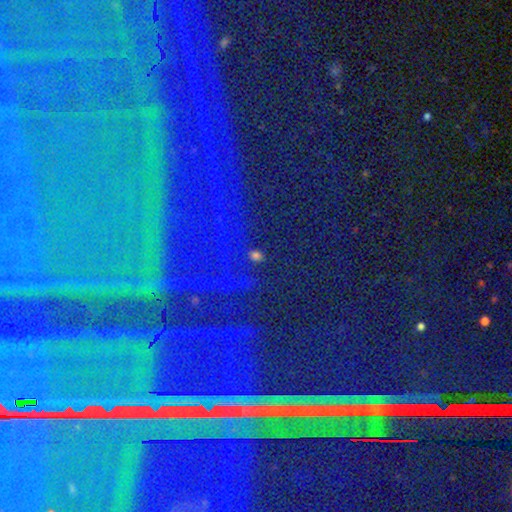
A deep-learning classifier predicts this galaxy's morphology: Smooth or featured: star or artifact — 49% (smooth — 43%)